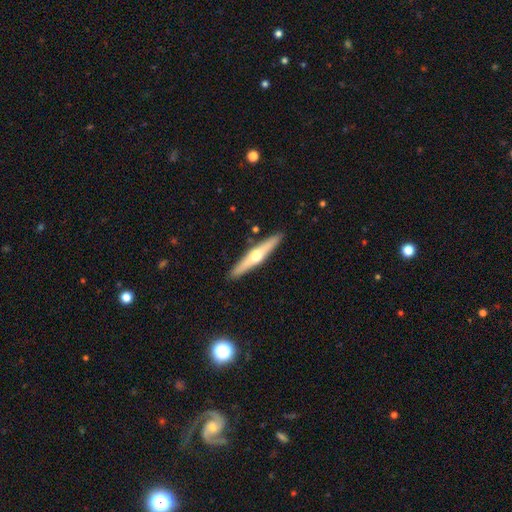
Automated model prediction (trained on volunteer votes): Q: Smooth or featured?
A: featured or disk (62%); runner-up: smooth (32%)
Q: Edge-on disk?
A: yes (96%); runner-up: no (4%)
Q: Edge-on bulge?
A: rounded (92%); runner-up: none (5%)
Q: Merging?
A: none (91%); runner-up: minor disturbance (6%)